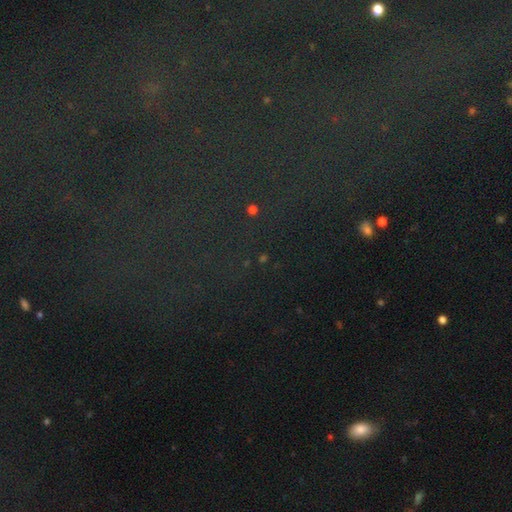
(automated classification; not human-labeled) A star or artifact, not a galaxy (80%).